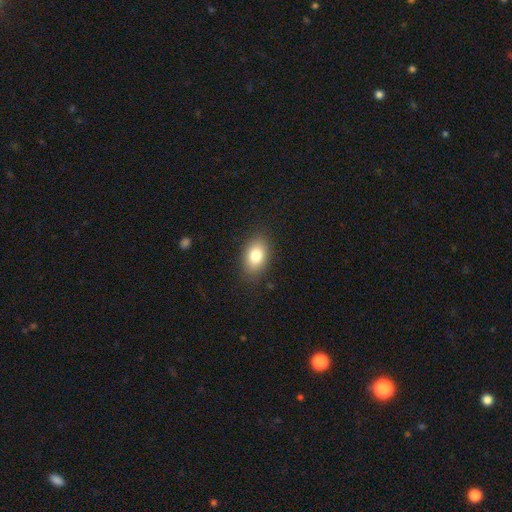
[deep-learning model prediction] A smooth galaxy with no disk features (82%) that is in between round and cigar-shaped (87%). Merging: none (86%).